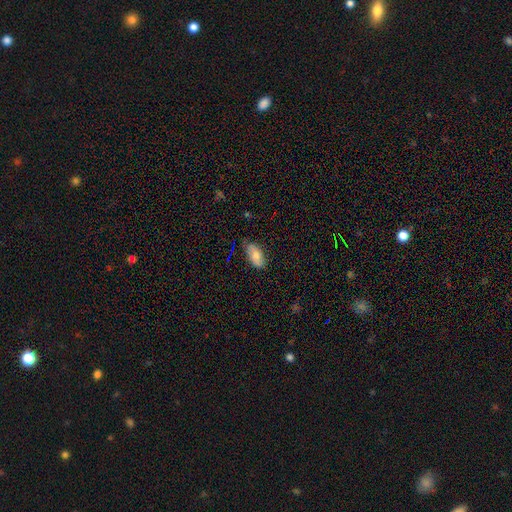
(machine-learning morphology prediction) type=smooth (73%); roundness=in between (91%); merging=none (71%).